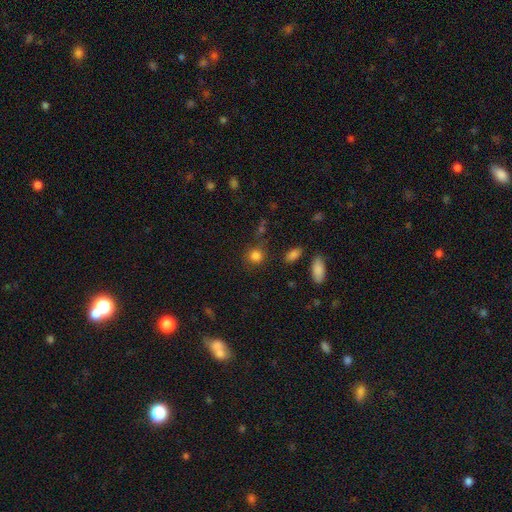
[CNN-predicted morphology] smooth 83%, star or artifact 12%, featured or disk 5%. Down the decision tree: how rounded — round (84%); merging — none (78%).